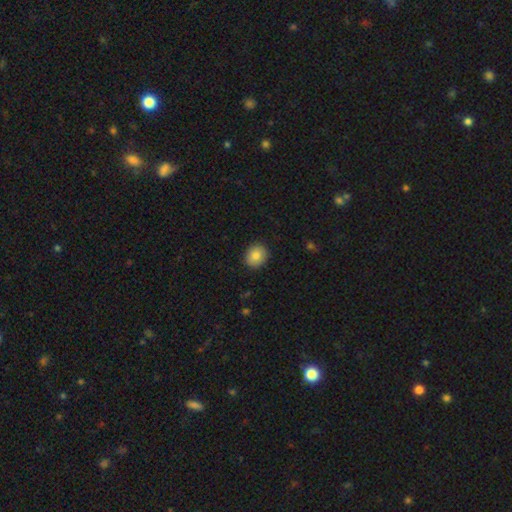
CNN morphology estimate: This appears to be a smooth galaxy with no disk features (83%) that is round (78%). Merging: none (90%).